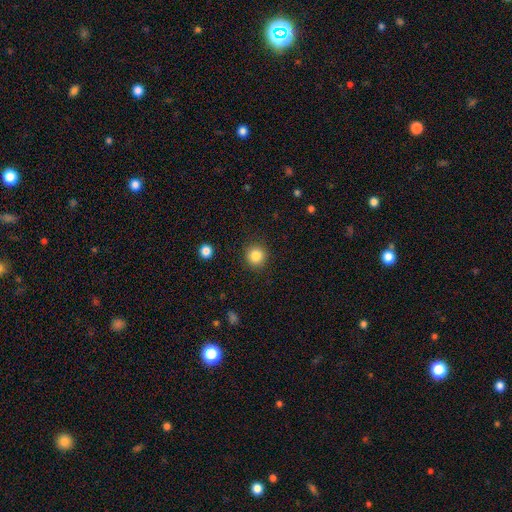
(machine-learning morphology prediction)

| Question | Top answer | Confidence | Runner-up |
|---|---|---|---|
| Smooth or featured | smooth | 84% | star or artifact (11%) |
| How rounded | round | 93% | in between (6%) |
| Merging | none | 90% | minor disturbance (6%) |